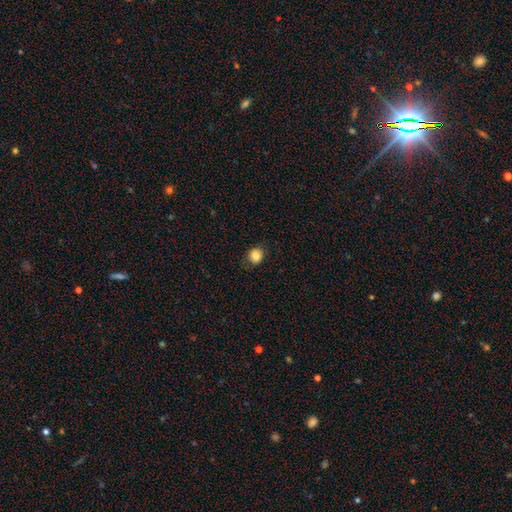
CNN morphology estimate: Smooth or featured? Predicted: smooth (p=0.86). How rounded? Predicted: round (p=0.72). Merging? Predicted: none (p=0.79).